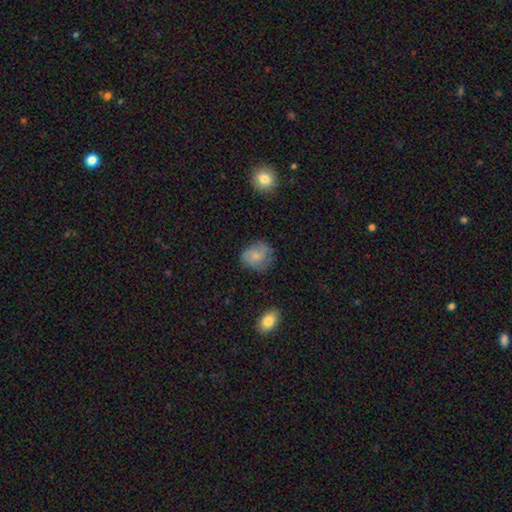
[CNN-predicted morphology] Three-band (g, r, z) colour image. It shows a smooth galaxy with no disk features (68%) that is round (66%). Merging: none (60%).